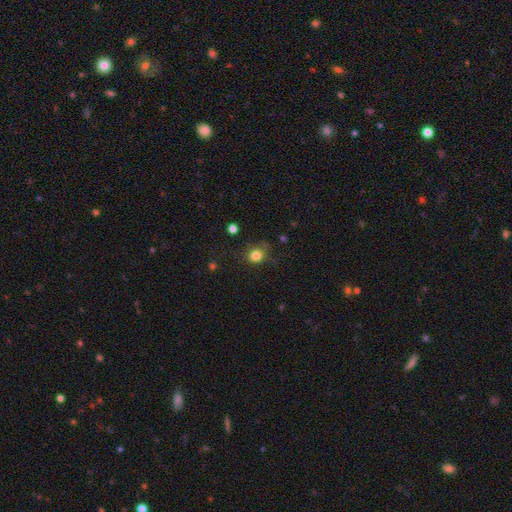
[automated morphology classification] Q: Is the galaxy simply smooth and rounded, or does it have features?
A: smooth — 82%.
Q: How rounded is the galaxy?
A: round — 69%.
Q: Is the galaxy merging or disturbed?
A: none — 66%.